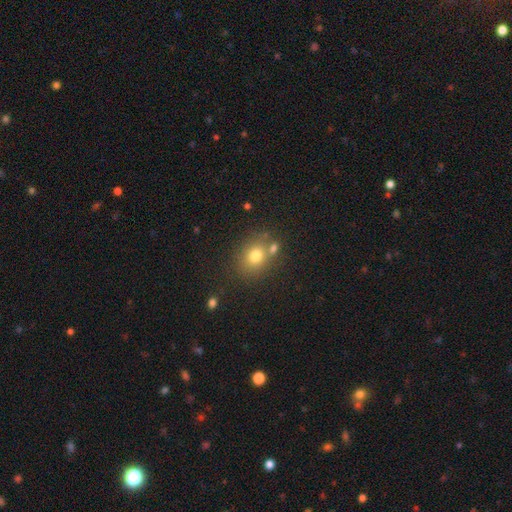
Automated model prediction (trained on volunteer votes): smooth 74%, star or artifact 14%, featured or disk 12%. Down the decision tree: how rounded — round (62%); merging — none (67%).